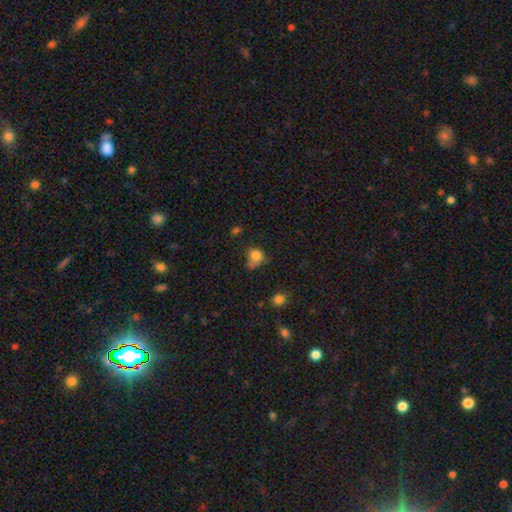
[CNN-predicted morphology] smooth 78%, star or artifact 12%, featured or disk 10%. Down the decision tree: how rounded — round (68%); merging — none (41%).